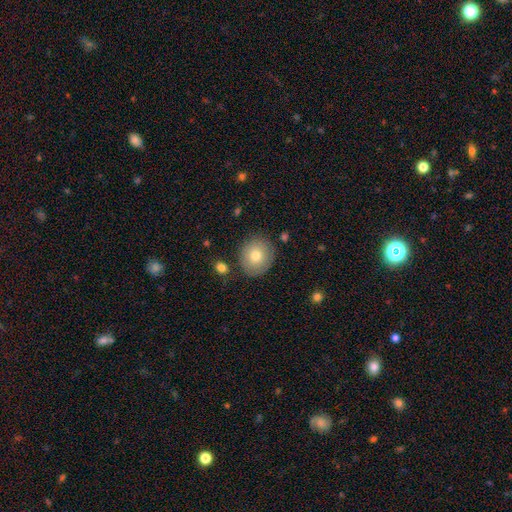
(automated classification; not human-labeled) The model was most divided on "smooth or featured": smooth: 75%, featured or disk: 17%, star or artifact: 8%. More confident: merging — none (82%); how rounded — round (80%).